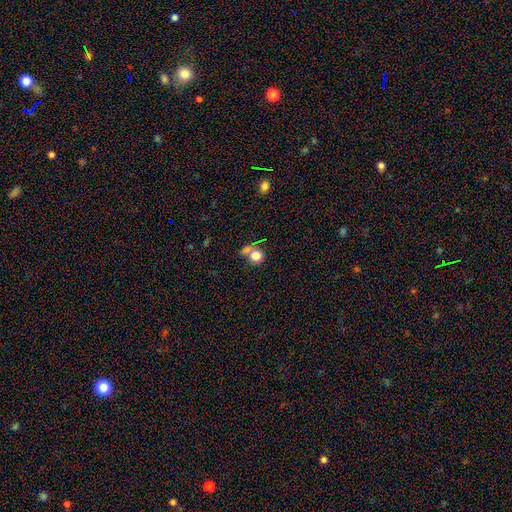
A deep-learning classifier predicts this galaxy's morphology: Smooth or featured? smooth (78%)
How rounded? round (83%)
Merging? none (46%)